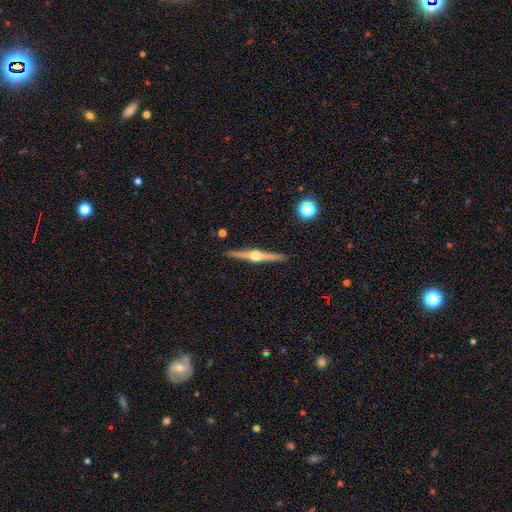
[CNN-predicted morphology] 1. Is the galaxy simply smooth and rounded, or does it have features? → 83% featured or disk, 12% smooth, 5% star or artifact.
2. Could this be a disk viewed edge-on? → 98% yes, 2% no.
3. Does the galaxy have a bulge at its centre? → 95% rounded, 3% boxy, 2% none.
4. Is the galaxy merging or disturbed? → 91% none, 6% minor disturbance, 1% major disturbance, 1% merger.